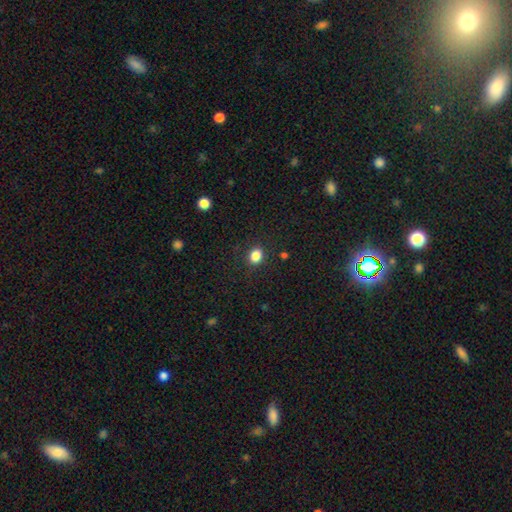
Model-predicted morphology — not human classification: Q: Smooth or featured?
A: smooth (85%); runner-up: star or artifact (11%)
Q: How rounded?
A: round (52%); runner-up: in between (47%)
Q: Merging?
A: none (87%); runner-up: minor disturbance (9%)